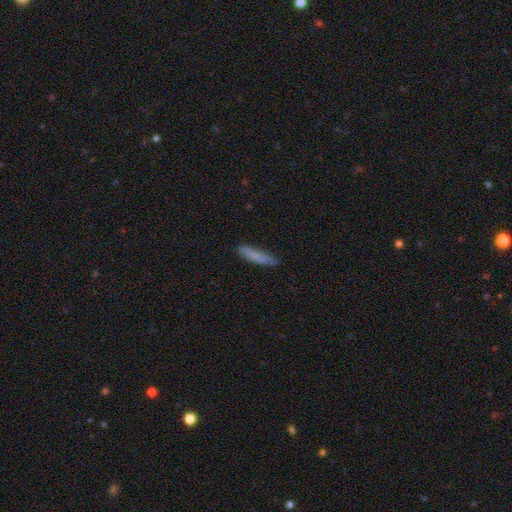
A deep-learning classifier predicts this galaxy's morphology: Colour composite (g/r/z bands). It shows a smooth galaxy with no disk features (79%) that is cigar-shaped (86%). Merging: none (83%).